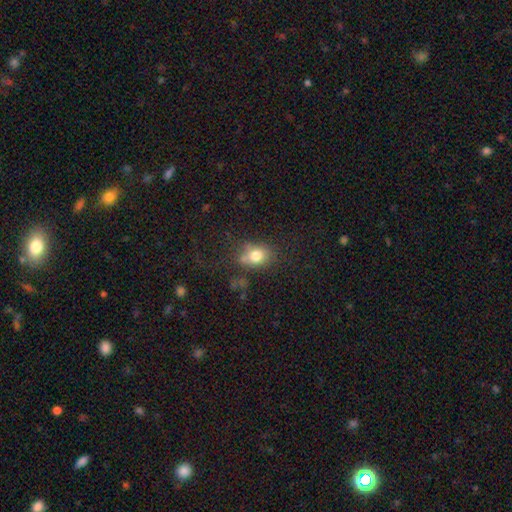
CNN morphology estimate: This appears to be a smooth galaxy with no disk features (76%) that is in between round and cigar-shaped (56%). Merging: none (60%).